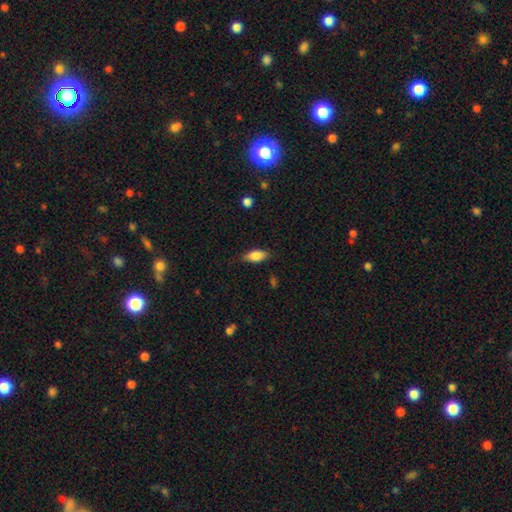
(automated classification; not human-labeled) A smooth galaxy with no disk features (81%) that is in between round and cigar-shaped (86%). Merging: none (78%).